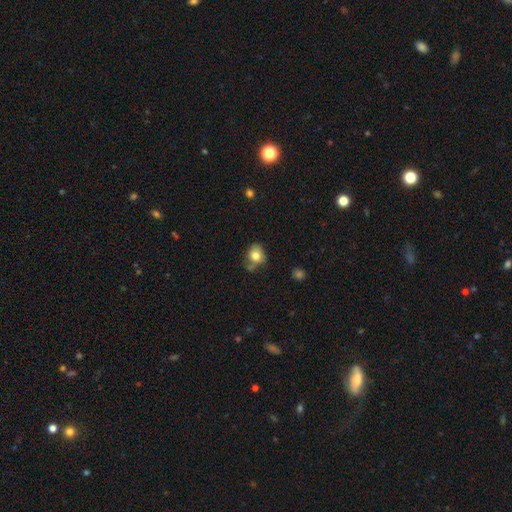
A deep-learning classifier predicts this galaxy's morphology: Smooth or featured? Predicted: smooth (p=0.77). How rounded? Predicted: round (p=0.55). Merging? Predicted: none (p=0.52).